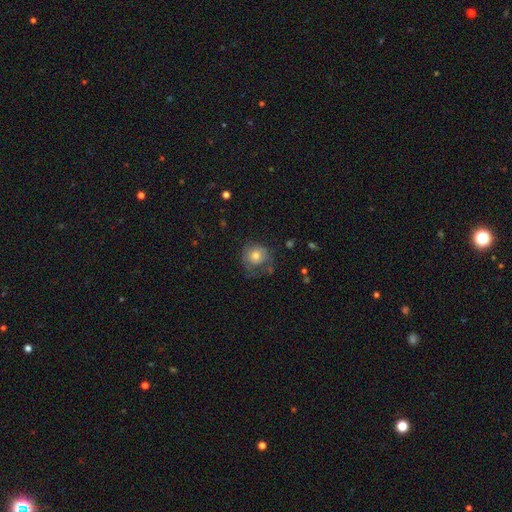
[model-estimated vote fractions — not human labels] This appears to be a smooth galaxy with no disk features (64%) that is round (86%). Merging: none (52%).